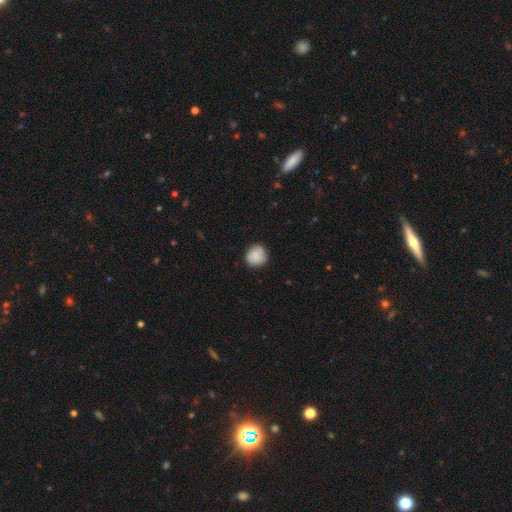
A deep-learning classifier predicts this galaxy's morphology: The model was most divided on "merging": none: 83%, minor disturbance: 14%, major disturbance: 2%, merger: 1%. More confident: how rounded — round (88%); smooth or featured — smooth (84%).